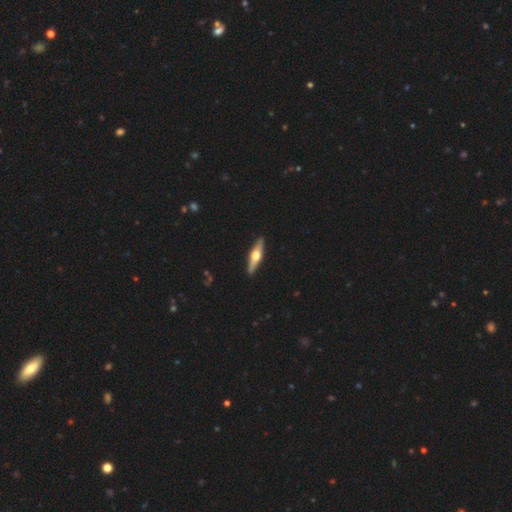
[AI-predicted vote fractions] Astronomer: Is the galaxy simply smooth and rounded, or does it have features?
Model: featured or disk — 66%.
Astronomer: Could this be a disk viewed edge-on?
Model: yes — 95%.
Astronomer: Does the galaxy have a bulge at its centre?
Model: rounded — 96%.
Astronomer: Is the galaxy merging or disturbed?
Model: none — 92%.